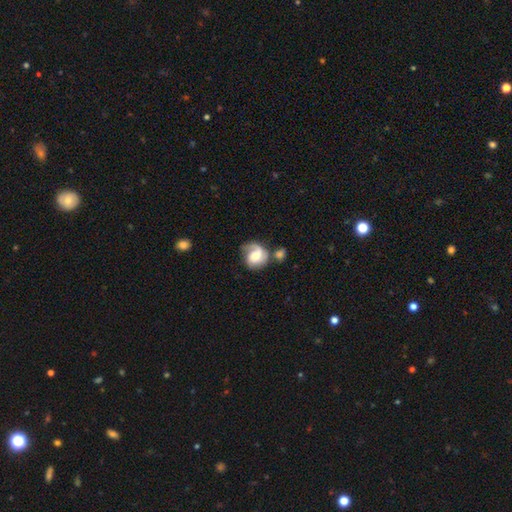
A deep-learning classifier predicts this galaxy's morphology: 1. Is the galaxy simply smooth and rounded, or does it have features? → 62% featured or disk, 31% smooth, 7% star or artifact.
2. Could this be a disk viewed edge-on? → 98% no, 2% yes.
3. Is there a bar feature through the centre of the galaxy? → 51% no, 39% weak, 10% strong.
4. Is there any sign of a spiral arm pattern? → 88% yes, 12% no.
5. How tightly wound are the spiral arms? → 40% medium, 33% tight, 28% loose.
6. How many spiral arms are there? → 48% 1, 40% 2, 8% can't tell, 2% 3, 1% 4, 1% more than 4.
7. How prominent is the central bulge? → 63% moderate, 20% small, 13% large, 3% none, 2% dominant.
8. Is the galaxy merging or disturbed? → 45% none, 22% minor disturbance, 17% major disturbance, 16% merger.